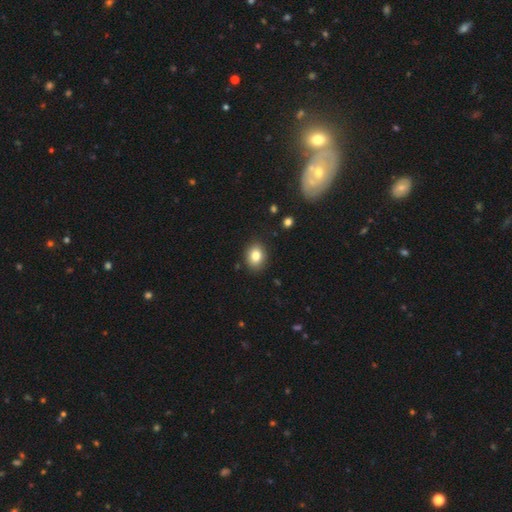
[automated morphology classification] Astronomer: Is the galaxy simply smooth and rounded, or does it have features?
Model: smooth — 82%.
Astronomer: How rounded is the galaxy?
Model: in between — 51% (runner-up: round, 48%).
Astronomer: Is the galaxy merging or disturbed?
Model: none — 87%.